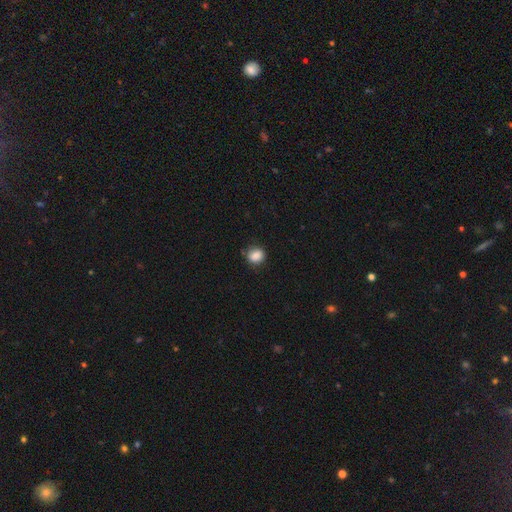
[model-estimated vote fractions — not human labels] This appears to be a smooth galaxy with no disk features (86%) that is round (65%). Merging: none (76%).